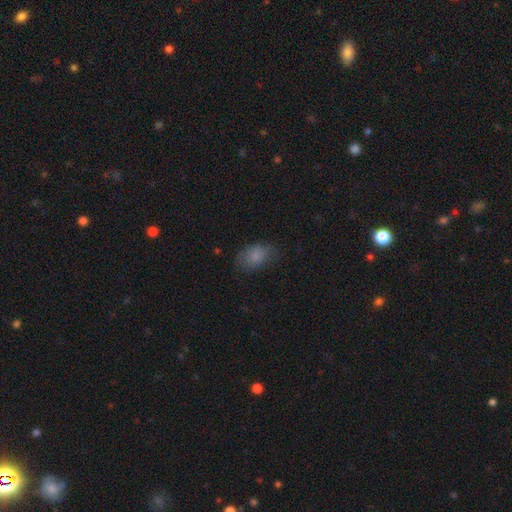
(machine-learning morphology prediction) smooth_or_featured: smooth (p=0.81) [alt: featured or disk p=0.09]
how_rounded: in between (p=0.87) [alt: round p=0.12]
merging: none (p=0.66) [alt: minor disturbance p=0.24]